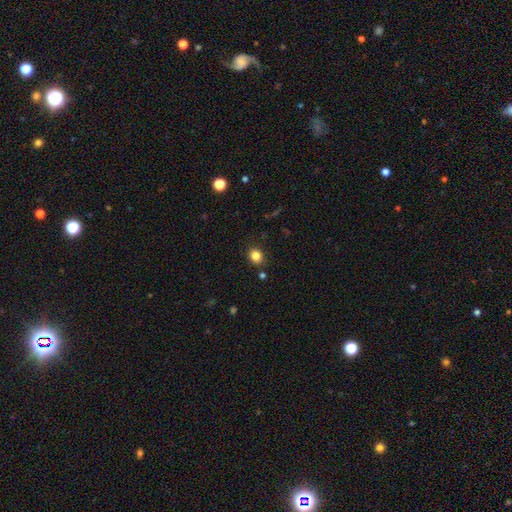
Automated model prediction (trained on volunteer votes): smooth_or_featured: smooth (p=0.84) [alt: star or artifact p=0.11]
how_rounded: round (p=0.63) [alt: in between p=0.36]
merging: none (p=0.85) [alt: minor disturbance p=0.10]